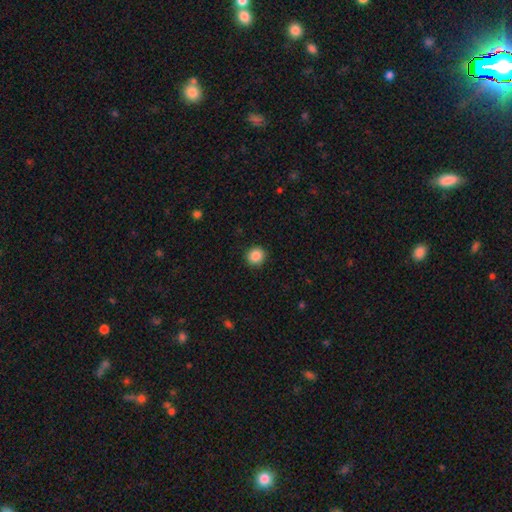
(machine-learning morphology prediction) This appears to be a smooth galaxy with no disk features (87%) that is round (90%). Merging: none (90%).